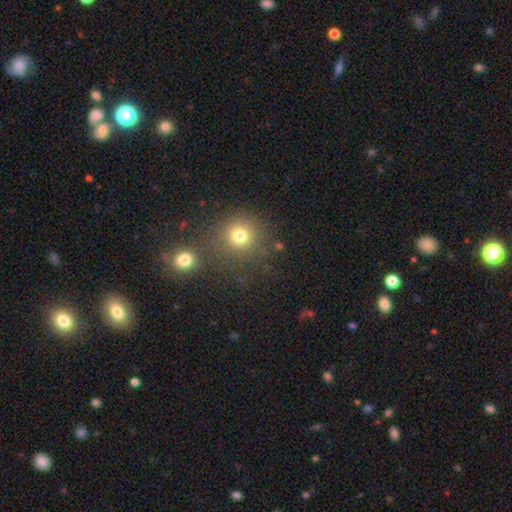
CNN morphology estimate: smooth-or-featured: smooth: 61% | star or artifact: 32% | featured or disk: 7%
  how-rounded: round: 91% | in between: 8% | cigar-shaped: 1%
  merging: none: 78% | merger: 9% | minor disturbance: 8% | major disturbance: 4%